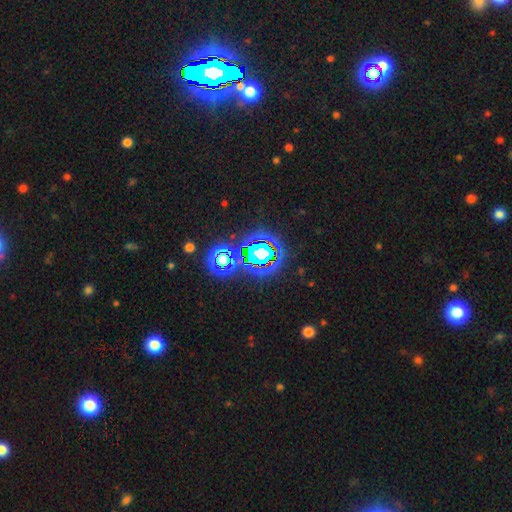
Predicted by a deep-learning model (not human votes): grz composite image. It shows a star or artifact, not a galaxy (80%).